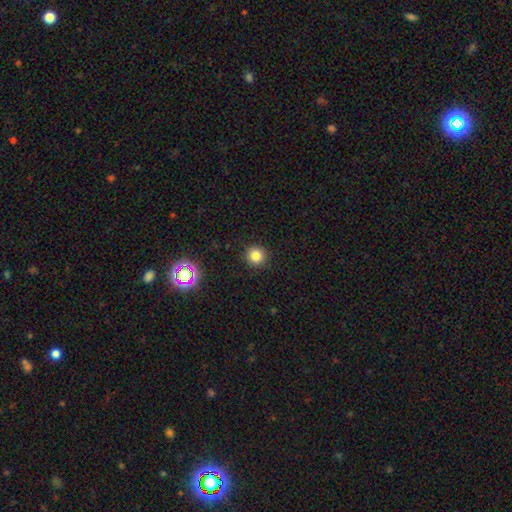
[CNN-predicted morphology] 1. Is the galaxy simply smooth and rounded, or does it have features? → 81% smooth, 14% star or artifact, 5% featured or disk.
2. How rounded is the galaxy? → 95% round, 4% in between, 1% cigar-shaped.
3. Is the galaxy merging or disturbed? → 92% none, 5% minor disturbance, 2% major disturbance, 1% merger.